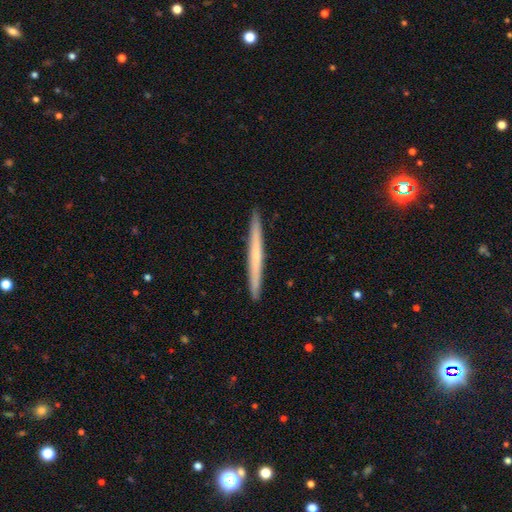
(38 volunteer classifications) This appears to be a featured or disk galaxy (50%) viewed edge-on (100%) with no central bulge (79%). Merging: none (97%).